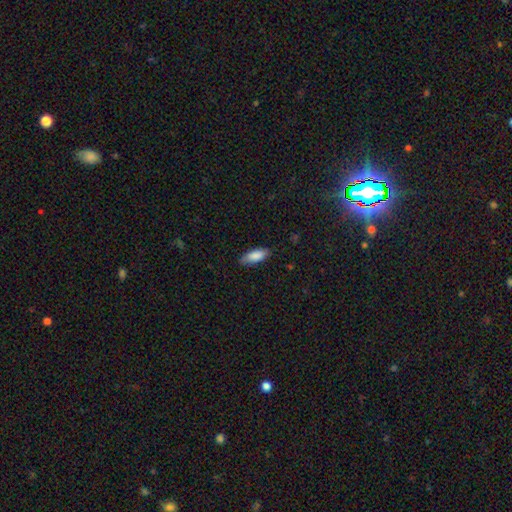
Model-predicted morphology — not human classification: type=smooth (86%); roundness=in between (79%); merging=none (82%).